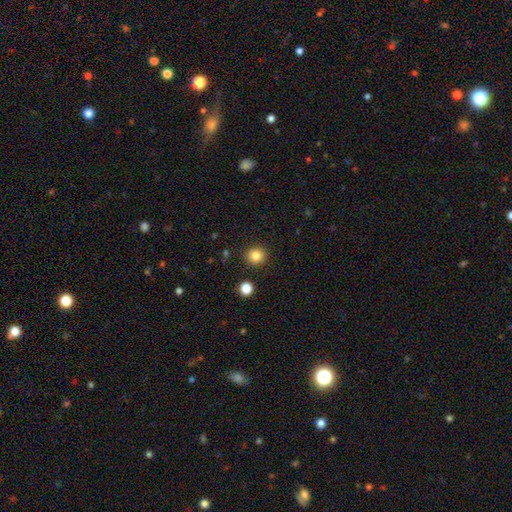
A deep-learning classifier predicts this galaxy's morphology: Smooth or featured: smooth — 85% (star or artifact — 11%)
How rounded: round — 89% (in between — 11%)
Merging: none — 89% (minor disturbance — 6%)